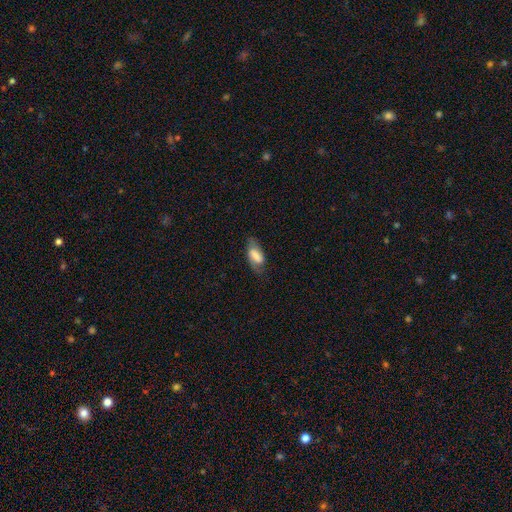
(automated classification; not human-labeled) smooth-or-featured: smooth: 56% | featured or disk: 37% | star or artifact: 8%
  how-rounded: in between: 85% | cigar-shaped: 11% | round: 4%
  merging: none: 68% | minor disturbance: 22% | major disturbance: 9% | merger: 1%